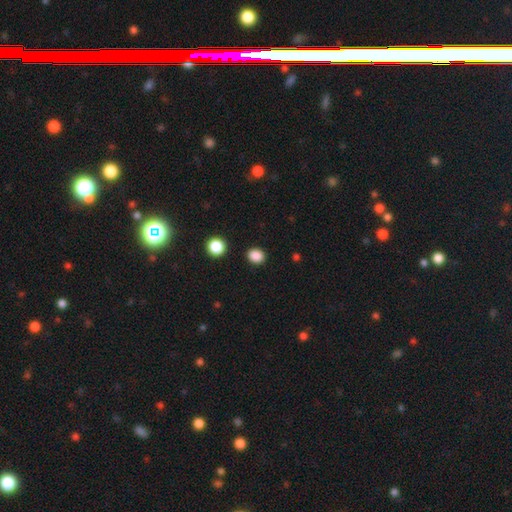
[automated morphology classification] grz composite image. It shows a smooth galaxy with no disk features (87%) that is round (64%). Merging: none (90%).